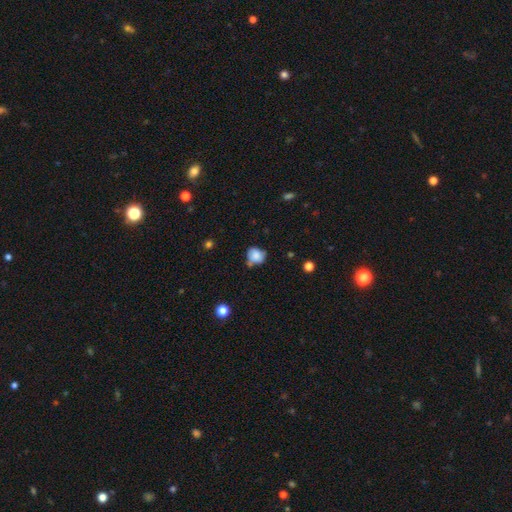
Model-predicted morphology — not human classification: This appears to be a smooth galaxy with no disk features (79%) that is round (67%). Merging: none (46%).